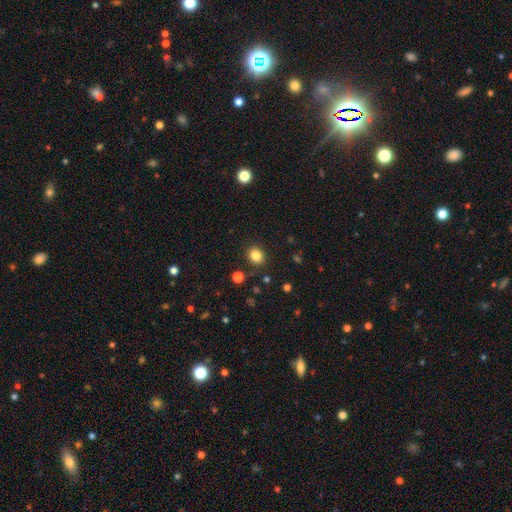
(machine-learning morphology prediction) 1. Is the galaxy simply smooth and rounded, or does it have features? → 83% smooth, 12% star or artifact, 5% featured or disk.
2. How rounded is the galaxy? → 72% round, 27% in between, 1% cigar-shaped.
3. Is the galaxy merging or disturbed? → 86% none, 8% minor disturbance, 3% major disturbance, 3% merger.